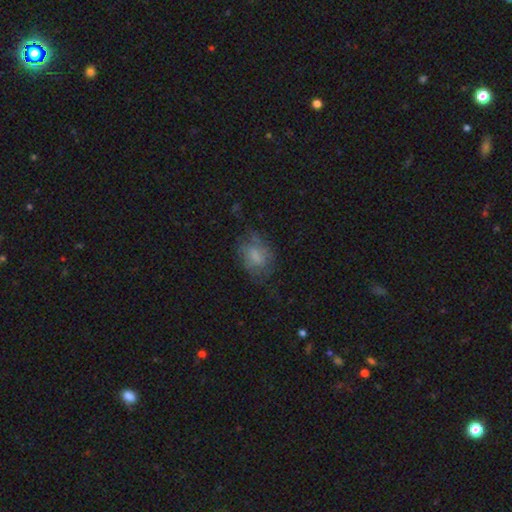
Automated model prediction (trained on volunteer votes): This is possibly a smooth galaxy (58%). How rounded: likely in between (74%). Merging: possibly none (52%).